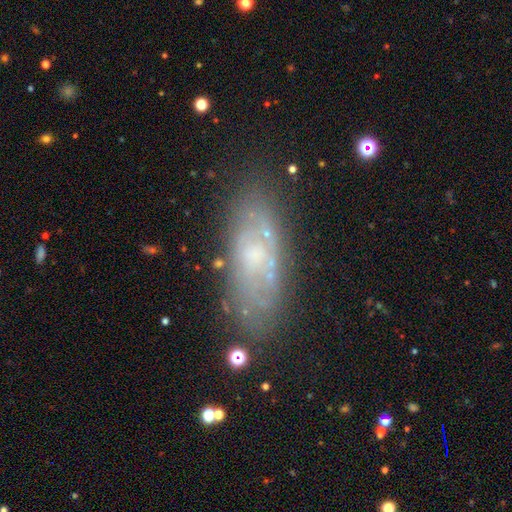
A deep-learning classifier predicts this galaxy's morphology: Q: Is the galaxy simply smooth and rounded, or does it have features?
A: featured or disk — 62%.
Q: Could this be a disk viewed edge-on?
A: no — 83%.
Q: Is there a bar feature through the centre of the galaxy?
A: no — 77%.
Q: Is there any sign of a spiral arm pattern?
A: no — 50%, tied with yes.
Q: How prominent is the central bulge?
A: small — 40%.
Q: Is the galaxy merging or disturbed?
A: none — 72%.